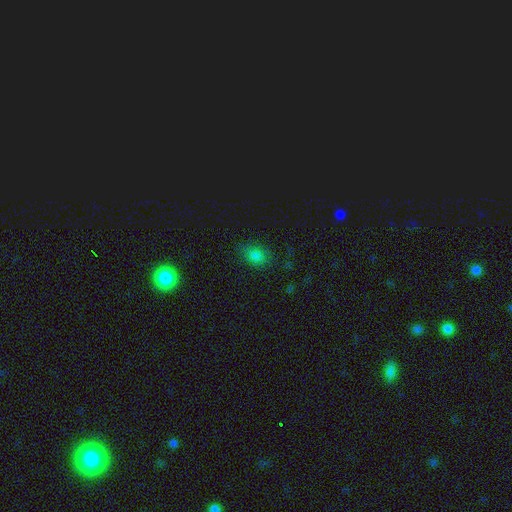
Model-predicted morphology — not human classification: Q: Smooth or featured?
A: smooth (79%); runner-up: star or artifact (16%)
Q: How rounded?
A: in between (73%); runner-up: round (25%)
Q: Merging?
A: none (73%); runner-up: minor disturbance (19%)